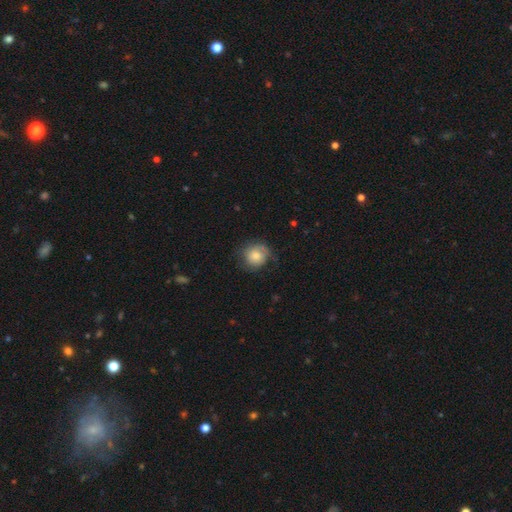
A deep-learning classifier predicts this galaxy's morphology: Overall: smooth (71%). How rounded: round (82%). Merging: none (63%; minor disturbance 26%).